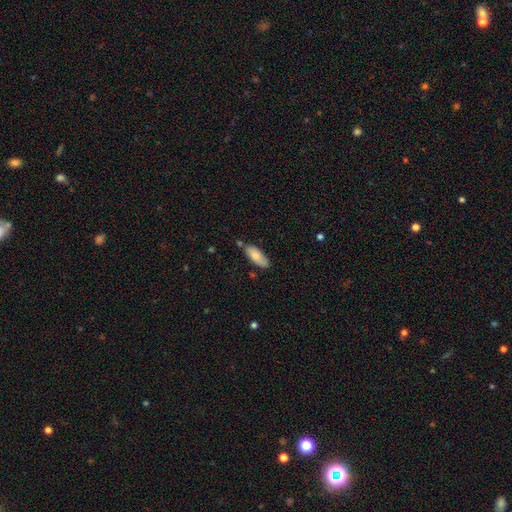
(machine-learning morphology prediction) Overall: smooth (79%). How rounded: in between (77%). Merging: none (74%).